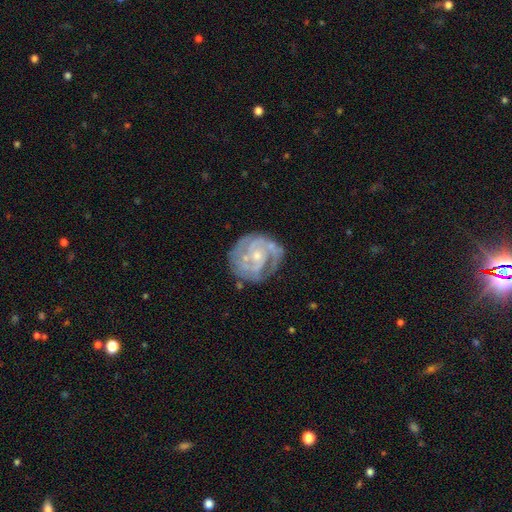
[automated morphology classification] Q: Smooth or featured?
A: featured or disk (83%); runner-up: smooth (11%)
Q: Edge-on disk?
A: no (98%); runner-up: yes (2%)
Q: Bar?
A: no (69%); runner-up: weak (26%)
Q: Spiral arms?
A: yes (90%); runner-up: no (10%)
Q: Spiral winding?
A: tight (63%); runner-up: medium (29%)
Q: Spiral arm count?
A: 2 (36%); runner-up: can't tell (28%)
Q: Bulge size?
A: small (64%); runner-up: moderate (31%)
Q: Merging?
A: none (67%); runner-up: minor disturbance (20%)